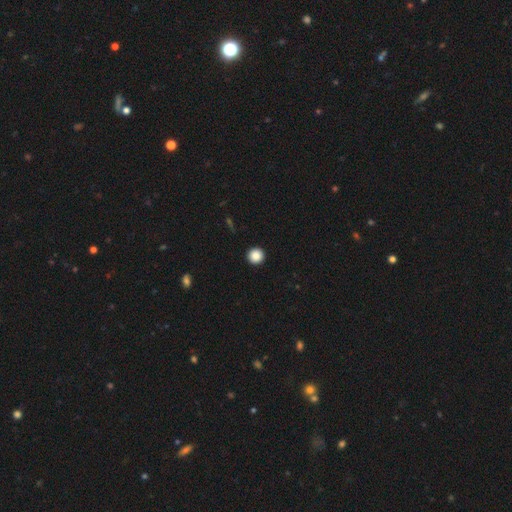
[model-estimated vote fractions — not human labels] The model was most divided on "smooth or featured": smooth: 87%, star or artifact: 9%, featured or disk: 4%. More confident: how rounded — round (96%); merging — none (94%).